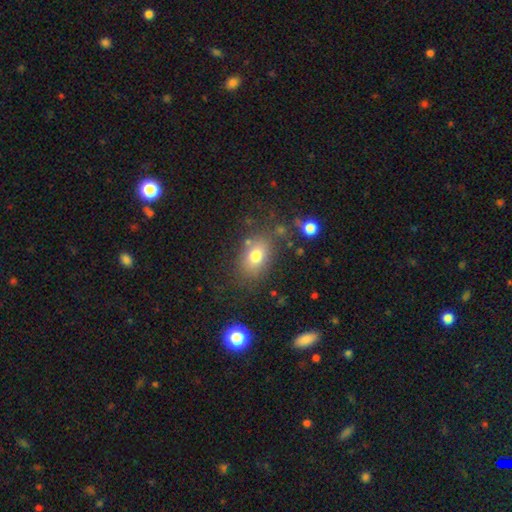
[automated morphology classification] Smooth or featured? Predicted: smooth (p=0.76). How rounded? Predicted: in between (p=0.77). Merging? Predicted: none (p=0.75).